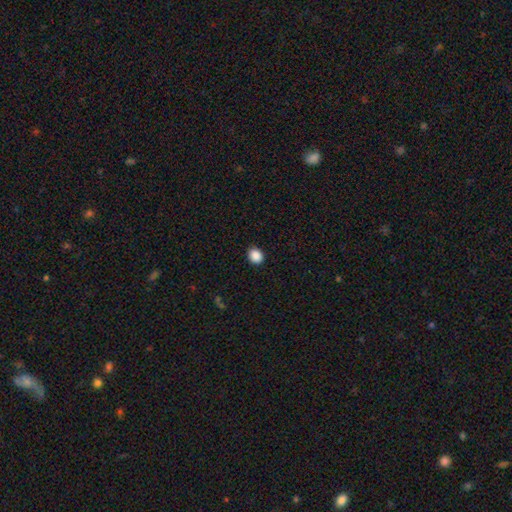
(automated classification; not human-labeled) A smooth galaxy with no disk features (88%) that is round (64%).

Vote fractions:
- Smooth or featured? smooth: 88% / star or artifact: 9% / featured or disk: 2%
- How rounded? round: 64% / in between: 35% / cigar-shaped: 1%
- Merging? none: 90% / minor disturbance: 7% / major disturbance: 2% / merger: 1%